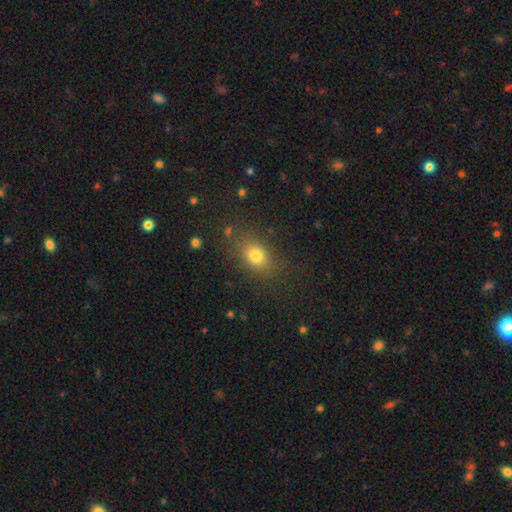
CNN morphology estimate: The model was most divided on "how rounded": in between: 65%, round: 32%, cigar-shaped: 3%. More confident: merging — none (79%); smooth or featured — smooth (77%).